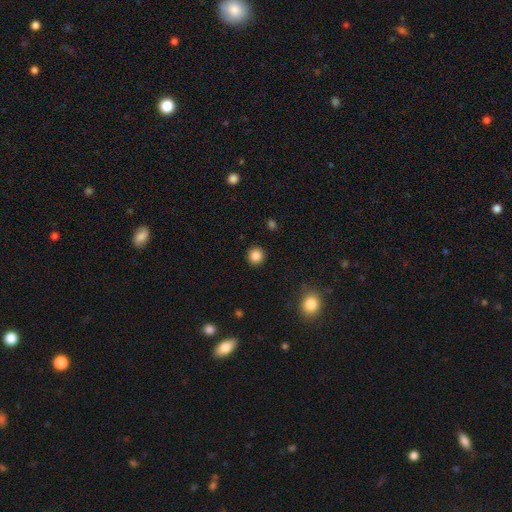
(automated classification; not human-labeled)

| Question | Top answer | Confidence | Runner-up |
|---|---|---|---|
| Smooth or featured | smooth | 86% | star or artifact (11%) |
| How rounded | round | 92% | in between (7%) |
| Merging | none | 92% | minor disturbance (5%) |